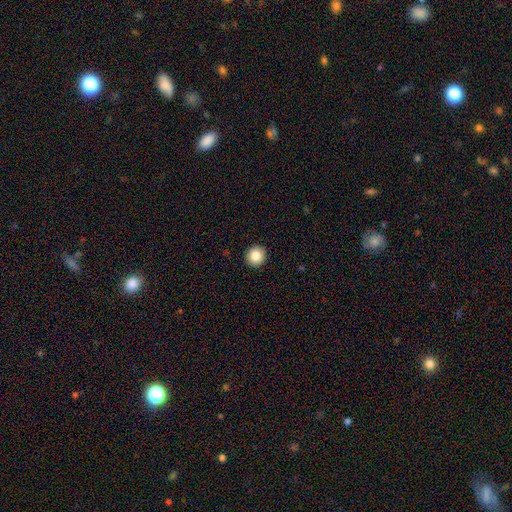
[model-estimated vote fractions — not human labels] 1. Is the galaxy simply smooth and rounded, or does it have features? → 86% smooth, 9% star or artifact, 5% featured or disk.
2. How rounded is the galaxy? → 94% round, 5% in between, 1% cigar-shaped.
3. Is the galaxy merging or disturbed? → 93% none, 5% minor disturbance, 1% major disturbance, 1% merger.